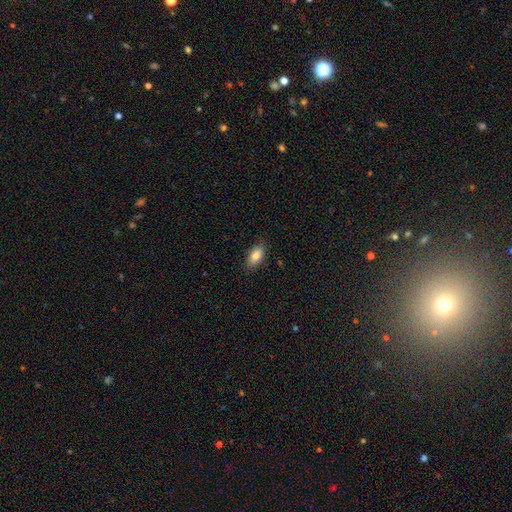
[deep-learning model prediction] The model was most divided on "merging": none: 85%, minor disturbance: 12%, major disturbance: 2%, merger: 1%. More confident: how rounded — in between (90%); smooth or featured — smooth (83%).